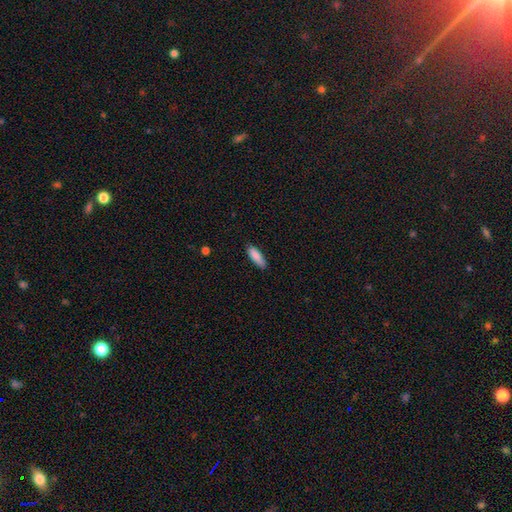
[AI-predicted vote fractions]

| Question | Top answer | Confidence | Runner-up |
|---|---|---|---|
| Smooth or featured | smooth | 88% | star or artifact (6%) |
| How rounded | in between | 51% | cigar-shaped (47%) |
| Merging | none | 83% | minor disturbance (14%) |